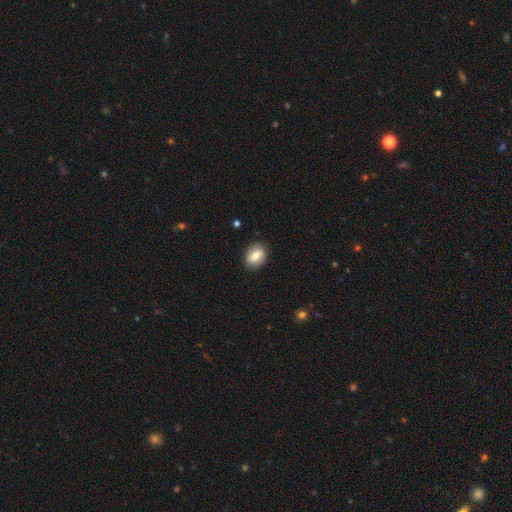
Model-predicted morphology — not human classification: type=smooth (73%); roundness=in between (61%); merging=none (87%).